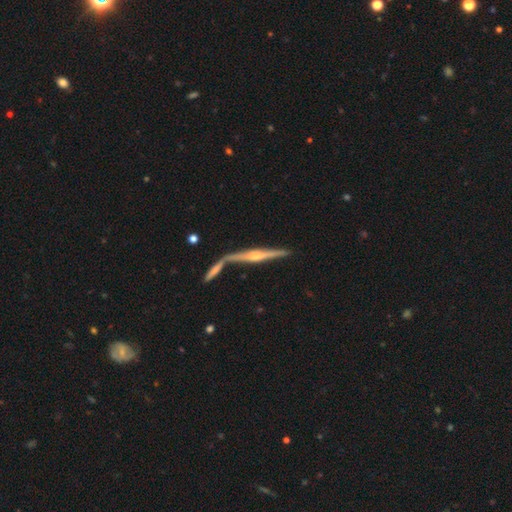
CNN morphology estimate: Smooth or featured: featured or disk — 81% (smooth — 13%)
Edge-on disk: yes — 96% (no — 4%)
Edge-on bulge: rounded — 80% (boxy — 10%)
Merging: none — 59% (merger — 25%)